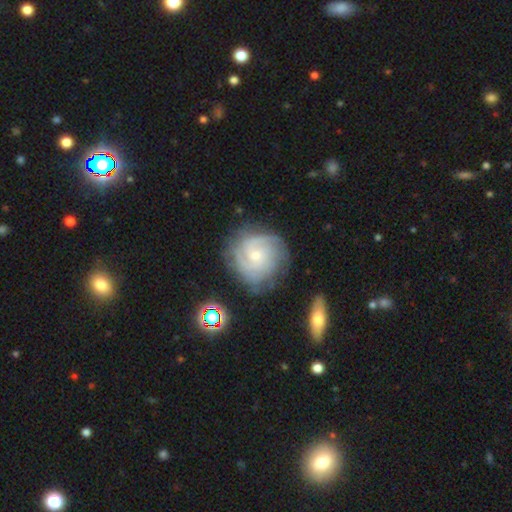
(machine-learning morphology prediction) A featured or disk galaxy (81%) with no bar (70%), 3 (29%) tight (66%) spiral arms (96%) and a small central bulge (69%). Merging: none (70%).